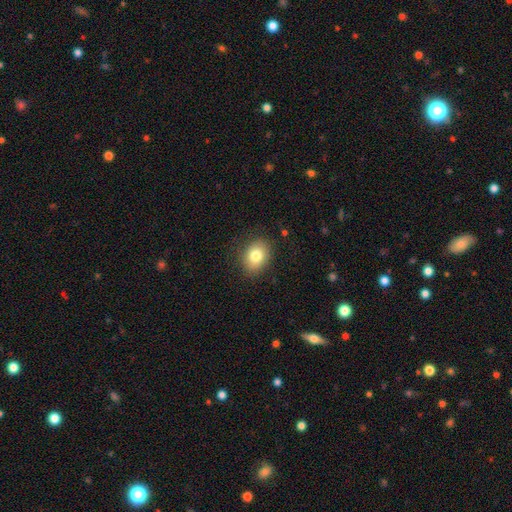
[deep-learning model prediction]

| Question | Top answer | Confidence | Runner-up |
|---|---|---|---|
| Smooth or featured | smooth | 80% | featured or disk (10%) |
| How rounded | in between | 57% | round (42%) |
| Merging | none | 85% | minor disturbance (11%) |